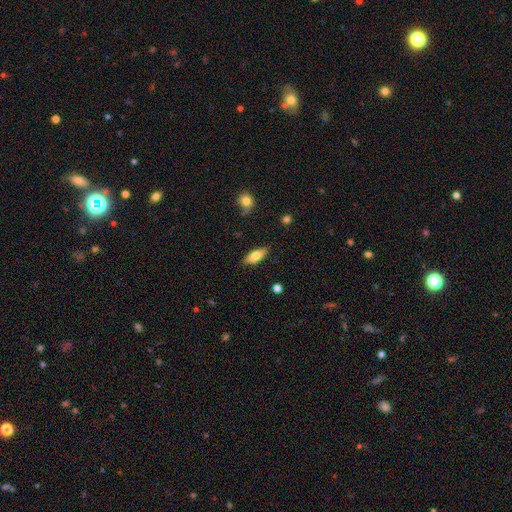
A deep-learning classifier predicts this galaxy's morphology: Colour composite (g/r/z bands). It shows a smooth galaxy with no disk features (71%) that is in between round and cigar-shaped (69%). Merging: none (81%).